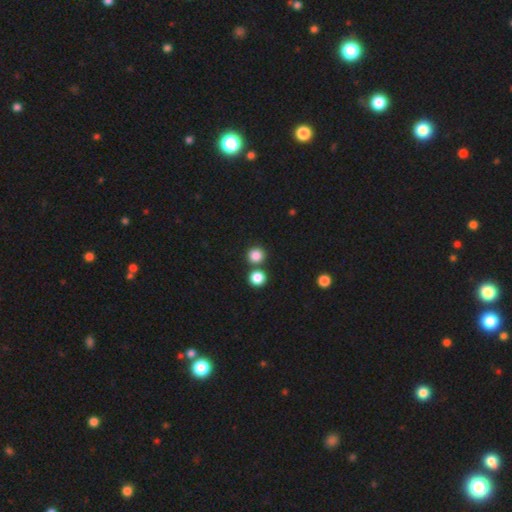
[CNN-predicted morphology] This is clearly a smooth galaxy (84%). How rounded: clearly round (91%). Merging: likely none (74%).